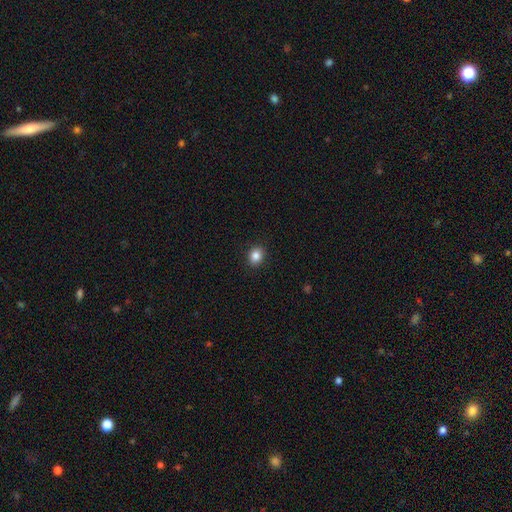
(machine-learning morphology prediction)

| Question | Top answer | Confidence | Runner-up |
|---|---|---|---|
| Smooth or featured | smooth | 85% | star or artifact (10%) |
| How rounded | round | 58% | in between (41%) |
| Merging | none | 91% | minor disturbance (6%) |